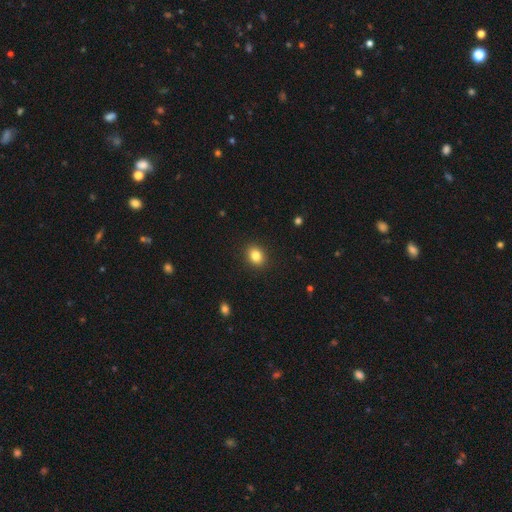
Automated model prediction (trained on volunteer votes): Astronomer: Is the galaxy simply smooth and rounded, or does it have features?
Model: smooth — 84%.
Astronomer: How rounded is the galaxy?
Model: round — 53% (runner-up: in between, 47%).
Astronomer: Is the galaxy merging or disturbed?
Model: none — 90%.